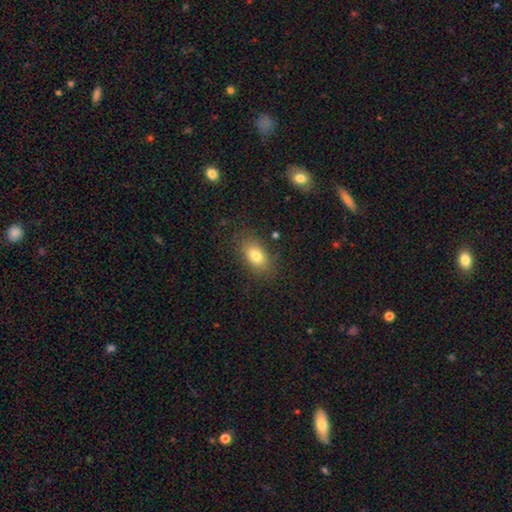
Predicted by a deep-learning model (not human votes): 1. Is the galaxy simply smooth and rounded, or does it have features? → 79% smooth, 12% featured or disk, 9% star or artifact.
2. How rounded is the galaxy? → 87% in between, 10% round, 3% cigar-shaped.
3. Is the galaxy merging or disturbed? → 82% none, 13% minor disturbance, 4% major disturbance, 2% merger.